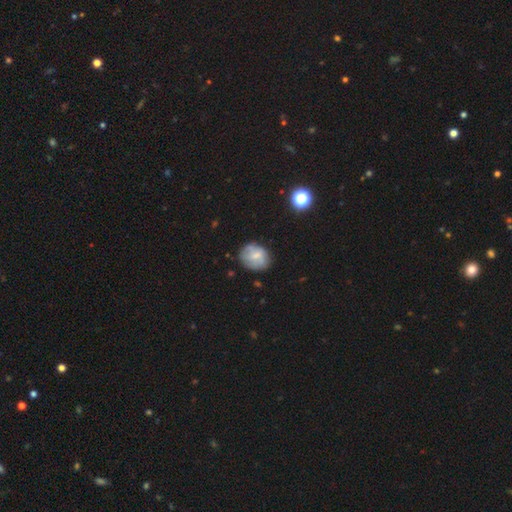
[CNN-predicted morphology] type=smooth (63%); roundness=round (59%); merging=none (69%).